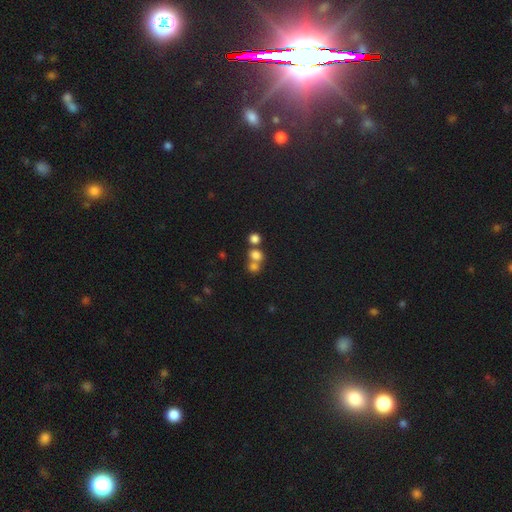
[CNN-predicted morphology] Smooth or featured? Predicted: smooth (p=0.73). How rounded? Predicted: round (p=0.72). Merging? Predicted: merger (p=0.47).